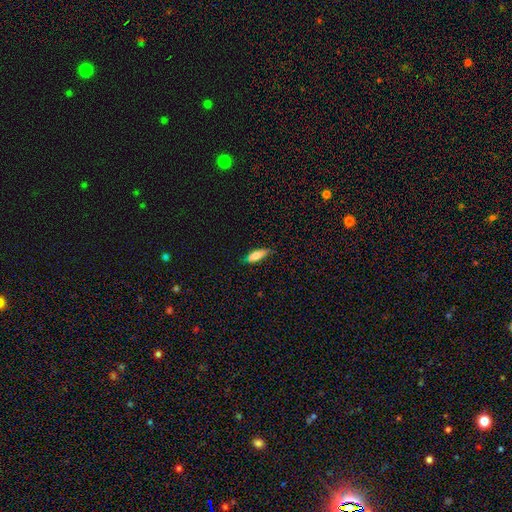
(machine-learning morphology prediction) smooth 78%, featured or disk 15%, star or artifact 7%. Down the decision tree: how rounded — in between (62%); merging — none (74%).